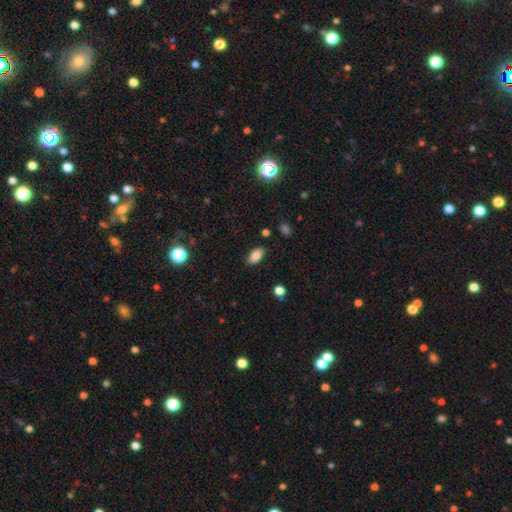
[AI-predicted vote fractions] Overall: smooth (80%). How rounded: in between (90%). Merging: none (85%).